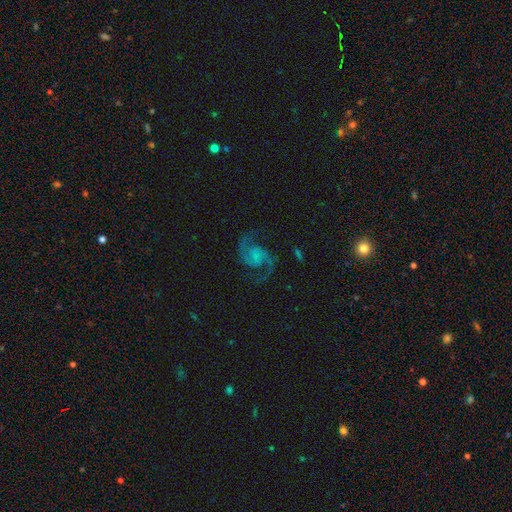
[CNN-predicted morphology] featured or disk 91%, star or artifact 5%, smooth 4%. Down the decision tree: edge-on disk — no (98%); bar — no (57%); spiral arms — yes (98%); spiral arm count — 2 (95%); spiral winding — medium (58%); bulge size — none (55%); merging — none (81%).